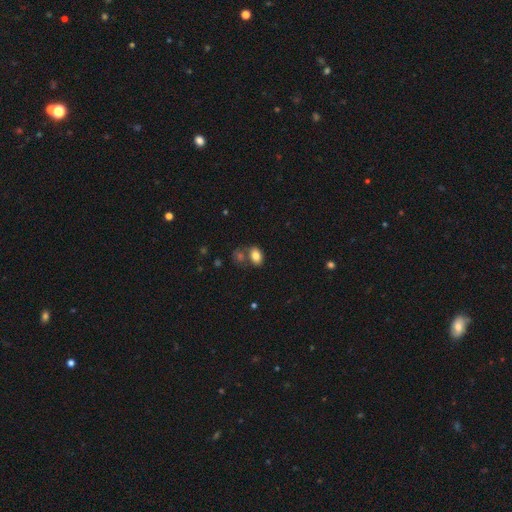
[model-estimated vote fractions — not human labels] A smooth galaxy with no disk features (82%) that is in between round and cigar-shaped (85%).

Vote fractions:
- Smooth or featured? smooth: 82% / star or artifact: 9% / featured or disk: 9%
- How rounded? in between: 85% / round: 14% / cigar-shaped: 1%
- Merging? none: 58% / merger: 24% / minor disturbance: 14% / major disturbance: 5%